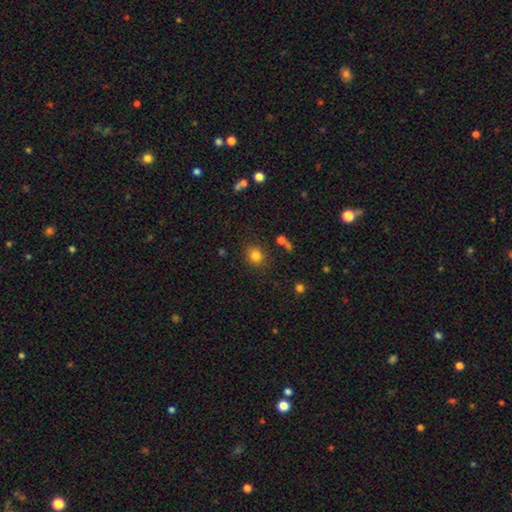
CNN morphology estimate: The model was most divided on "smooth or featured": smooth: 81%, star or artifact: 13%, featured or disk: 6%. More confident: how rounded — round (84%); merging — none (83%).